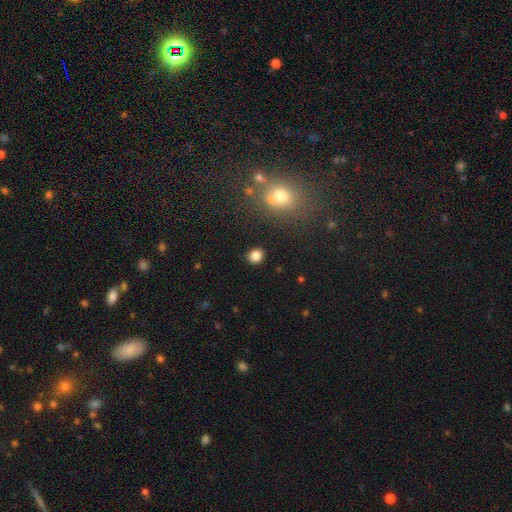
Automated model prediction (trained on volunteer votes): smooth-or-featured: smooth: 83% | star or artifact: 12% | featured or disk: 5%
  how-rounded: round: 85% | in between: 14% | cigar-shaped: 1%
  merging: none: 88% | minor disturbance: 7% | major disturbance: 2% | merger: 2%